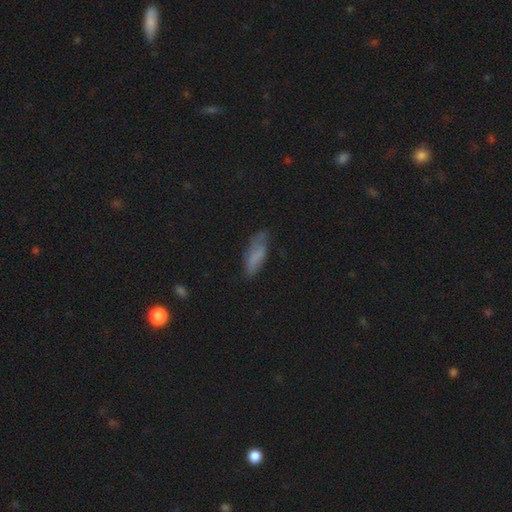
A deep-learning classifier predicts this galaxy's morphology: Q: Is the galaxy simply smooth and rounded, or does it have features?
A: smooth — 70%.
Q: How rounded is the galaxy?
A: in between — 62%.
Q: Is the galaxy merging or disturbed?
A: none — 57%.